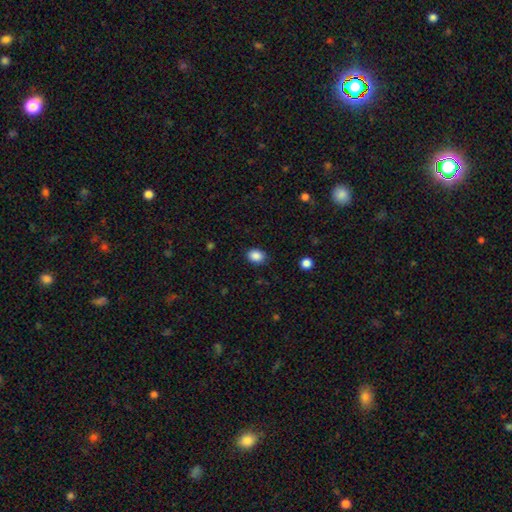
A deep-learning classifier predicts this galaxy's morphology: type=smooth (88%); roundness=in between (58%); merging=none (86%).